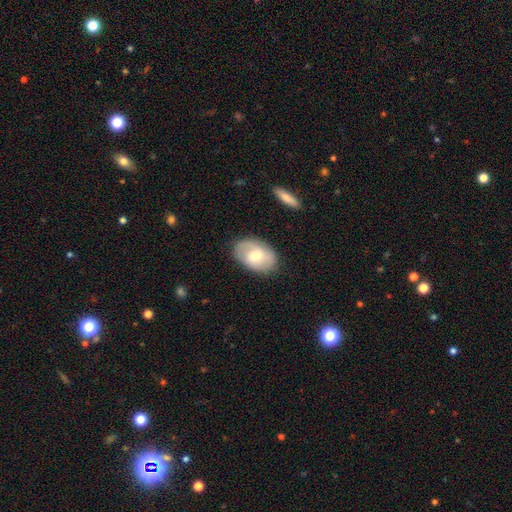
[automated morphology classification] Smooth or featured? smooth (51%)
How rounded? in between (85%)
Merging? none (80%)